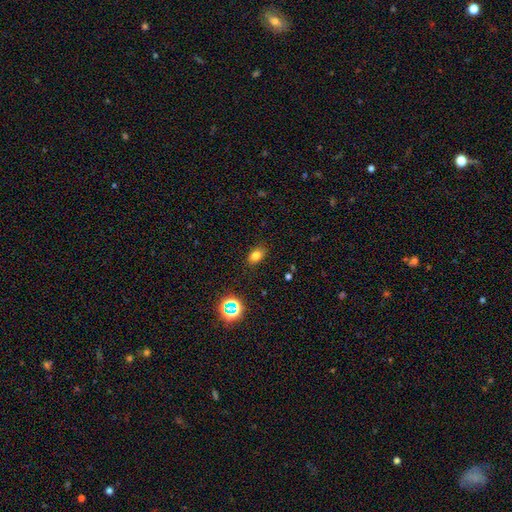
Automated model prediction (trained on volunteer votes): Smooth or featured? smooth (77%)
How rounded? in between (80%)
Merging? none (85%)